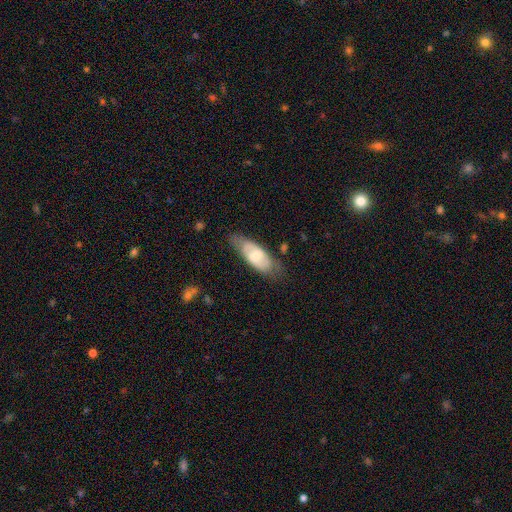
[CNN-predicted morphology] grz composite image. It shows a smooth galaxy with no disk features (48%). Merging: none (65%).